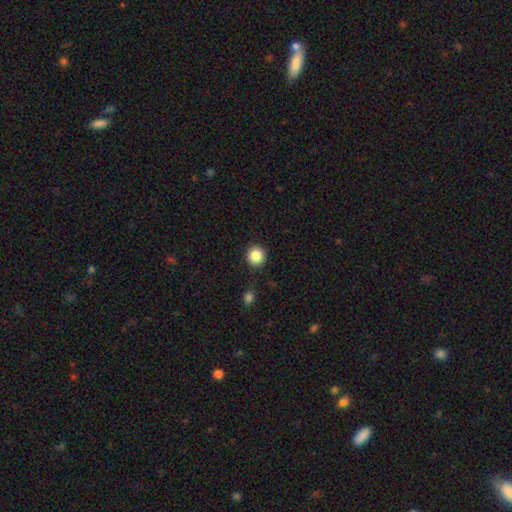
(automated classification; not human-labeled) A smooth galaxy with no disk features (86%) that is round (94%). Merging: none (88%).